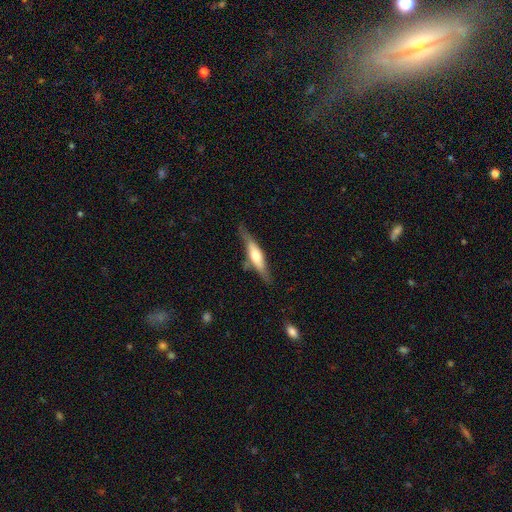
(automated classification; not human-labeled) Smooth or featured? Predicted: featured or disk (p=0.54). Edge-on disk? Predicted: yes (p=0.89). Merging? Predicted: none (p=0.70).